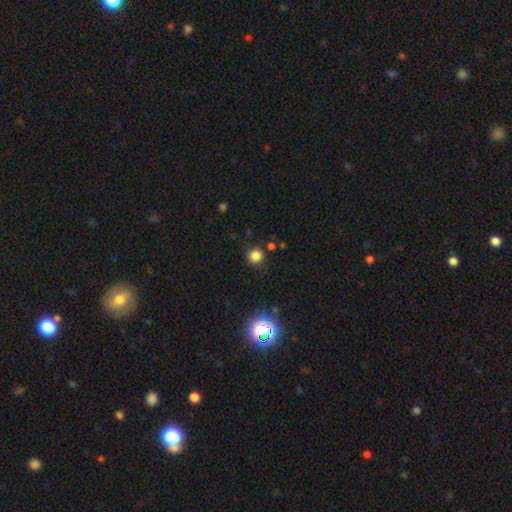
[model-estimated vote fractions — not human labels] A smooth galaxy with no disk features (81%) that is round (94%). Merging: none (87%).